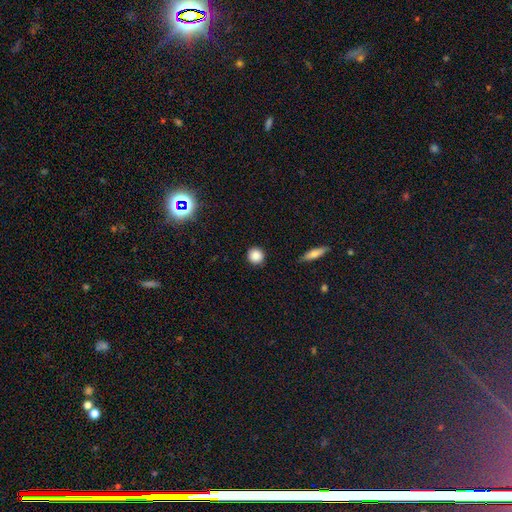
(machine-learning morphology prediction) Q: Smooth or featured?
A: smooth (86%); runner-up: star or artifact (10%)
Q: How rounded?
A: round (93%); runner-up: in between (6%)
Q: Merging?
A: none (90%); runner-up: minor disturbance (6%)